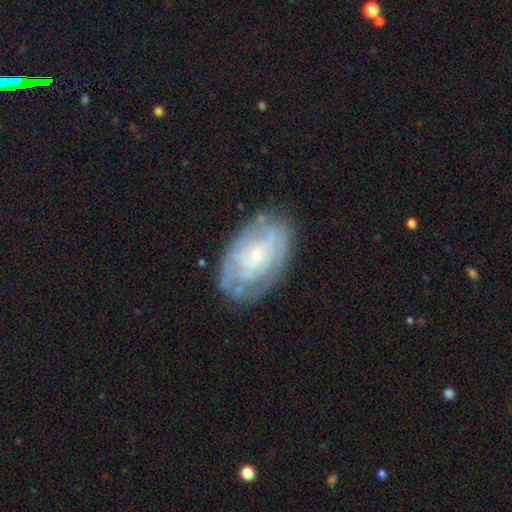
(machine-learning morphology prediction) The model was most divided on "spiral arms": yes: 69%, no: 31%. More confident: edge-on disk — no (95%); bulge size — small (75%); bar — no (72%); merging — none (70%); smooth or featured — featured or disk (68%).